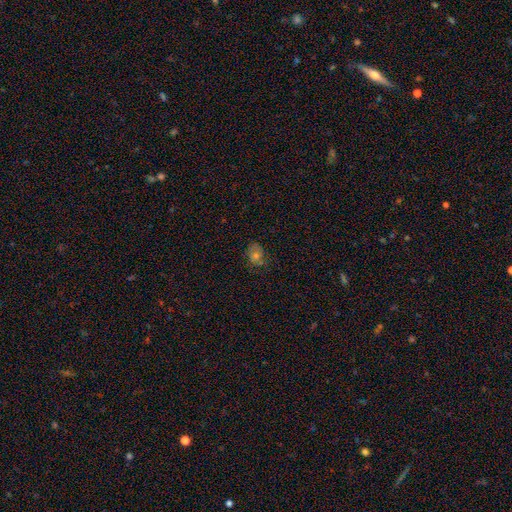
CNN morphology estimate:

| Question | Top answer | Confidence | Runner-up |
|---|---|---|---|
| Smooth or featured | smooth | 51% | featured or disk (29%) |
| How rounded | round | 54% | in between (44%) |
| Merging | none | 69% | minor disturbance (21%) |